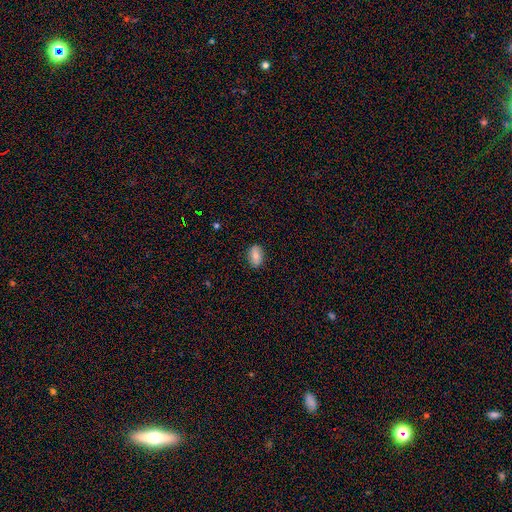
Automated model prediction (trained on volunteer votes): Smooth or featured: smooth — 75% (featured or disk — 17%)
How rounded: in between — 85% (round — 13%)
Merging: none — 86% (minor disturbance — 11%)